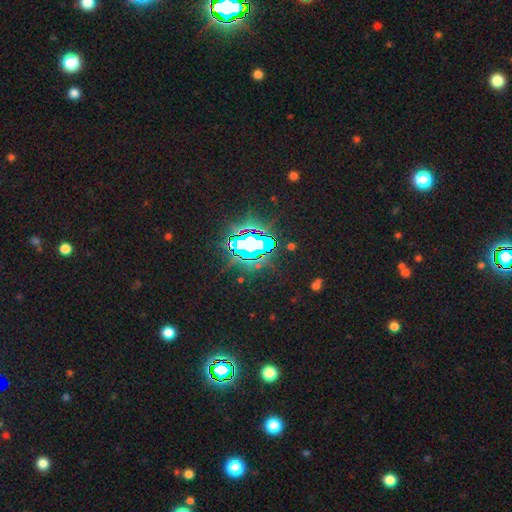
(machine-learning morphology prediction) Q: Smooth or featured?
A: star or artifact (85%); runner-up: smooth (9%)